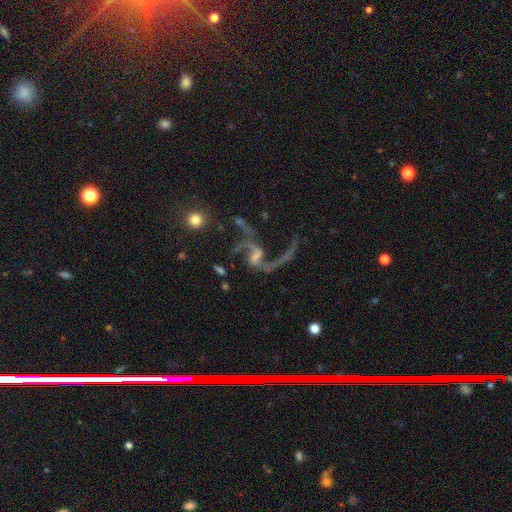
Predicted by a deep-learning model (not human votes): featured or disk 82%, star or artifact 11%, smooth 7%. Down the decision tree: edge-on disk — no (96%); bar — weak (41%); spiral arms — yes (89%); spiral arm count — 2 (78%); spiral winding — loose (86%); bulge size — small (38%); merging — none (39%).